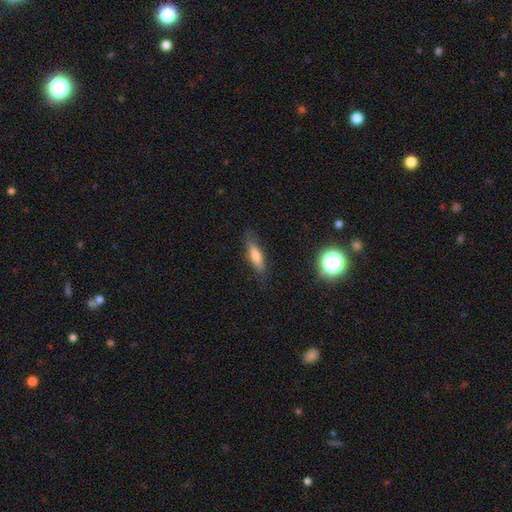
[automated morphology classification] A smooth galaxy with no disk features (65%) that is cigar-shaped (61%).

Vote fractions:
- Smooth or featured? smooth: 65% / featured or disk: 26% / star or artifact: 9%
- How rounded? cigar-shaped: 61% / in between: 36% / round: 2%
- Merging? none: 77% / minor disturbance: 17% / major disturbance: 4% / merger: 1%